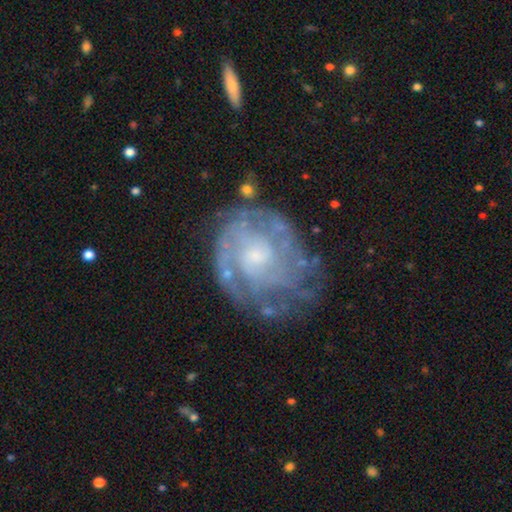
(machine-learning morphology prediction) This appears to be a featured or disk galaxy (80%) with no bar (71%), tight (63%) spiral arms (82%) and a small central bulge (51%). Merging: none (64%).